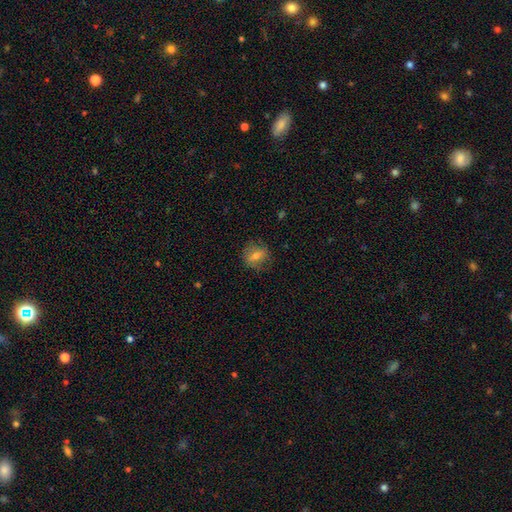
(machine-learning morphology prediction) A smooth galaxy with no disk features (67%) that is round (65%).

Vote fractions:
- Smooth or featured? smooth: 67% / featured or disk: 23% / star or artifact: 9%
- How rounded? round: 65% / in between: 33% / cigar-shaped: 2%
- Merging? none: 77% / minor disturbance: 16% / major disturbance: 6% / merger: 1%